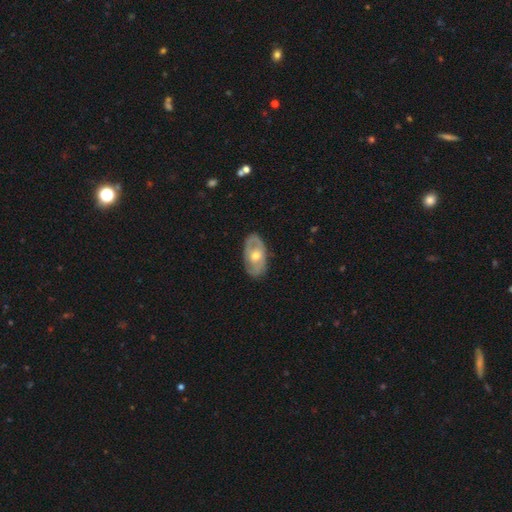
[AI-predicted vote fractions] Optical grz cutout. It shows a featured or disk galaxy (63%) with no bar (71%), spiral arms (51%) and a moderate central bulge (72%). Merging: none (80%).